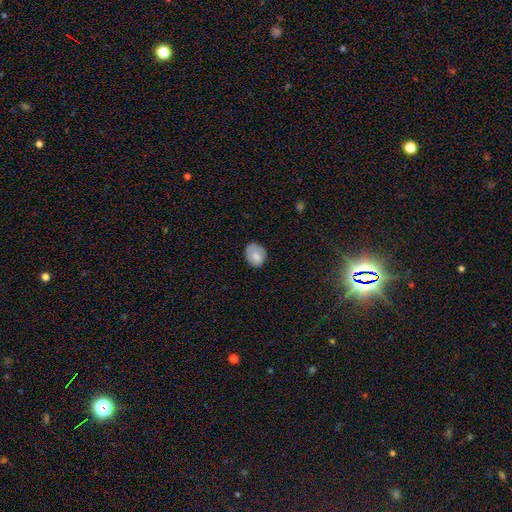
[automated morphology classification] This appears to be a smooth galaxy with no disk features (78%) that is round (55%). Merging: none (73%).